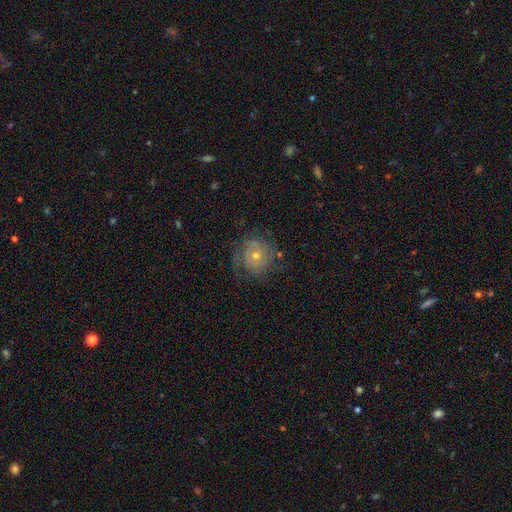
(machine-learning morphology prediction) Overall: featured or disk (62%; smooth 26%). Edge-on disk: no (97%). Bar: no (83%). Spiral arms: yes (79%). Bulge size: moderate (48%, tied with small). Merging: none (71%).